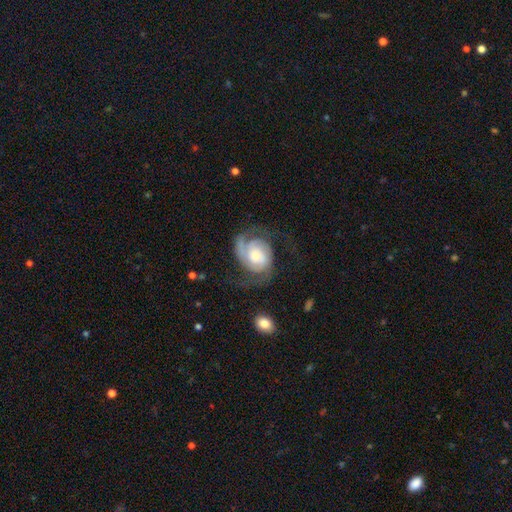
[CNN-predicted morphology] Smooth or featured: featured or disk — 85% (smooth — 10%)
Edge-on disk: no — 98% (yes — 2%)
Bar: no — 69% (weak — 25%)
Spiral arms: yes — 97% (no — 3%)
Spiral winding: medium — 43% (tight — 37%)
Spiral arm count: 2 — 70% (3 — 10%)
Bulge size: small — 47% (moderate — 42%)
Merging: none — 59% (major disturbance — 22%)